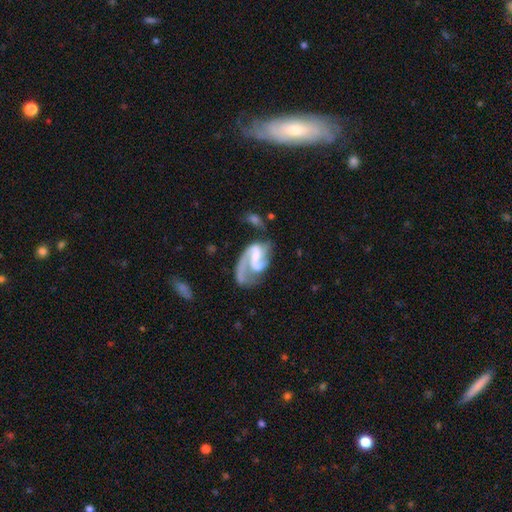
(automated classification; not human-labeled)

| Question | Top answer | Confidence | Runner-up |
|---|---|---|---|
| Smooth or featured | featured or disk | 85% | smooth (10%) |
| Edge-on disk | no | 98% | yes (2%) |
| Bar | weak | 46% | no (32%) |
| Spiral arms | yes | 94% | no (6%) |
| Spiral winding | medium | 49% | loose (33%) |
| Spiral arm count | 2 | 65% | 1 (17%) |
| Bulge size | small | 36% | moderate (32%) |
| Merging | major disturbance | 35% | none (34%) |